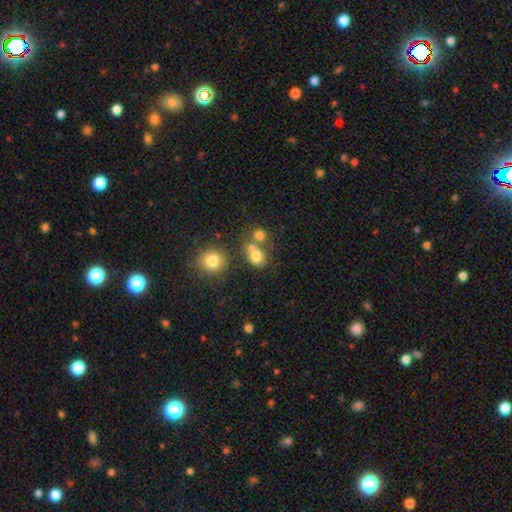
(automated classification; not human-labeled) Q: Smooth or featured?
A: smooth (73%); runner-up: featured or disk (14%)
Q: How rounded?
A: round (60%); runner-up: in between (38%)
Q: Merging?
A: merger (44%); runner-up: none (39%)